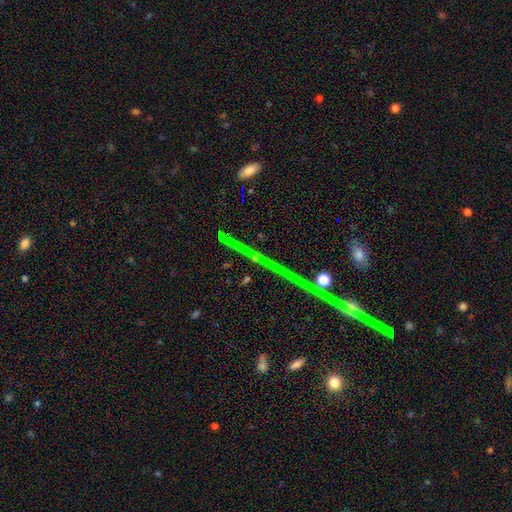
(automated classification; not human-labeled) Smooth or featured: star or artifact — 70% (featured or disk — 18%)